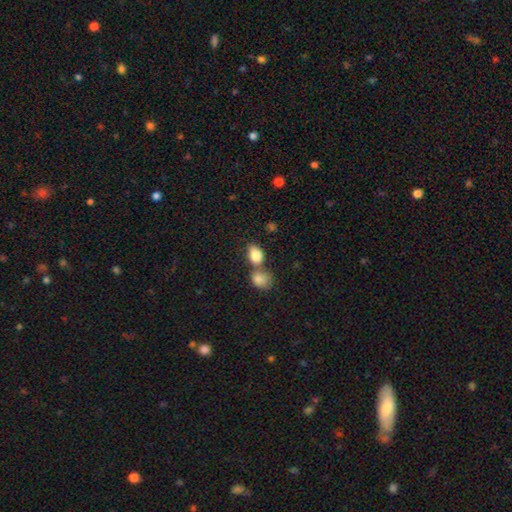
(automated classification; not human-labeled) Overall: smooth (85%). How rounded: in between (75%). Merging: merger (48%; none 38%).